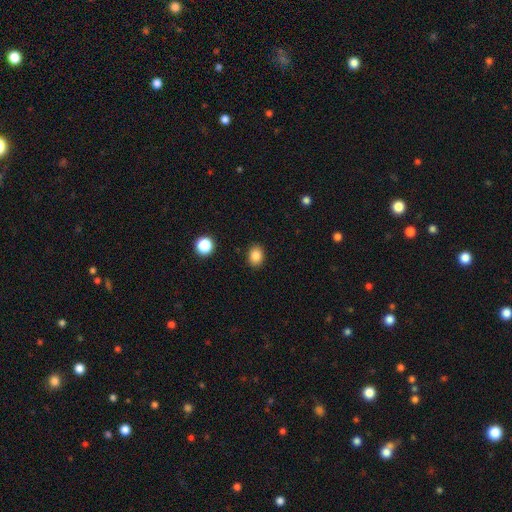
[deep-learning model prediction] Smooth or featured? smooth (84%)
How rounded? in between (54%)
Merging? none (89%)